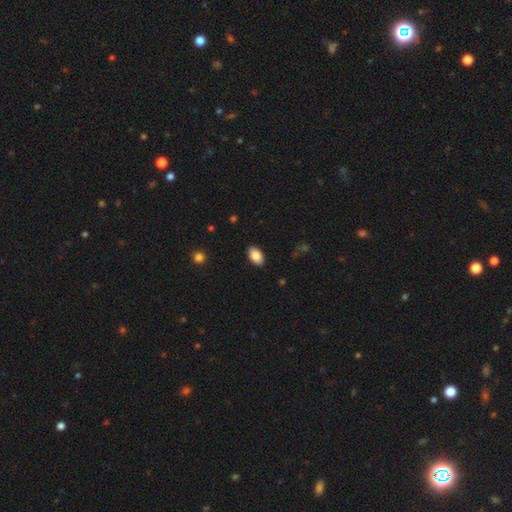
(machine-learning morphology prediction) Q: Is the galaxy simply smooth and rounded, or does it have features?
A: smooth — 85%.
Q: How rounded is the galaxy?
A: in between — 93%.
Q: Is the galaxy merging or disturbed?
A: none — 89%.